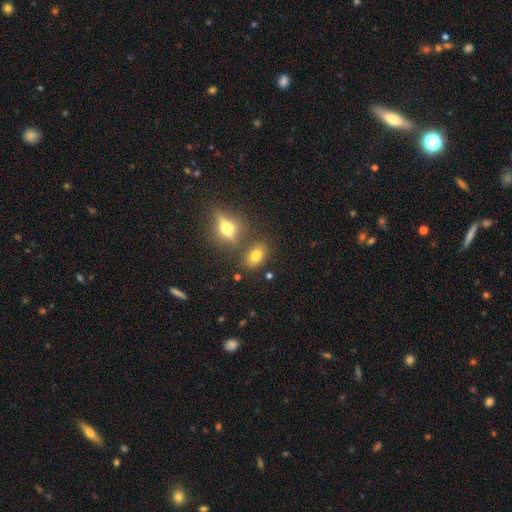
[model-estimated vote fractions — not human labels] This appears to be a smooth galaxy with no disk features (74%) that is in between round and cigar-shaped (80%). Merging: none (71%).